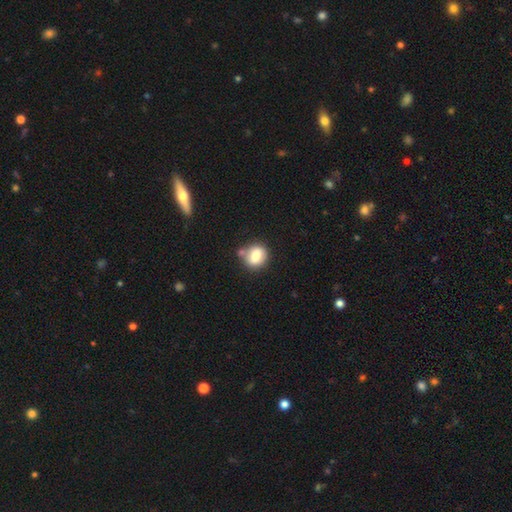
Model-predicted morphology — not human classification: This is likely a smooth galaxy (75%). How rounded: likely round (68%). Merging: likely none (63%).